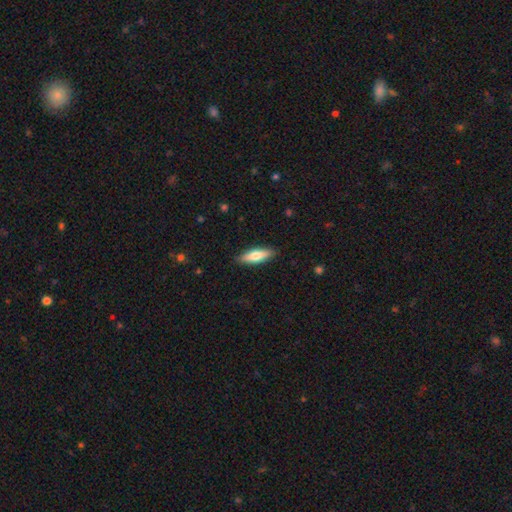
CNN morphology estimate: smooth 67%, featured or disk 27%, star or artifact 6%. Down the decision tree: how rounded — cigar-shaped (52%); merging — none (88%).